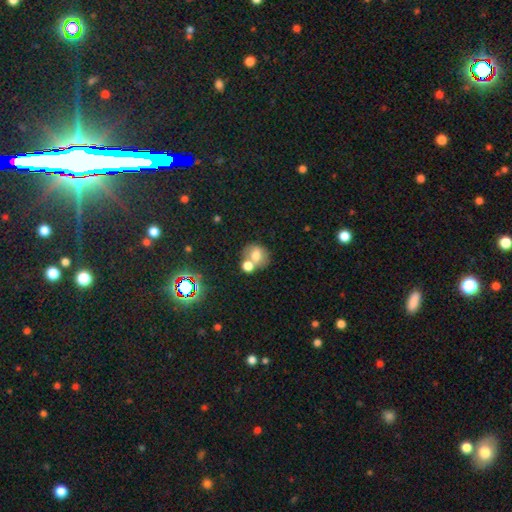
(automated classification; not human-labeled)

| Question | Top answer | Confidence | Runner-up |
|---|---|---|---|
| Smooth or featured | smooth | 69% | featured or disk (18%) |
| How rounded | round | 69% | in between (30%) |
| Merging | none | 43% | merger (42%) |